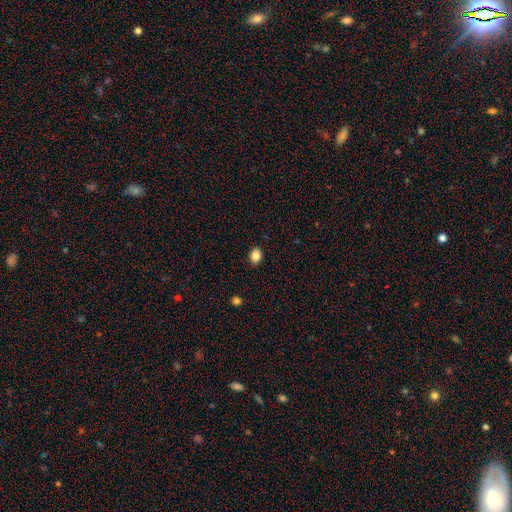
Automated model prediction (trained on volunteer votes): smooth 86%, star or artifact 10%, featured or disk 4%. Down the decision tree: how rounded — in between (67%); merging — none (89%).